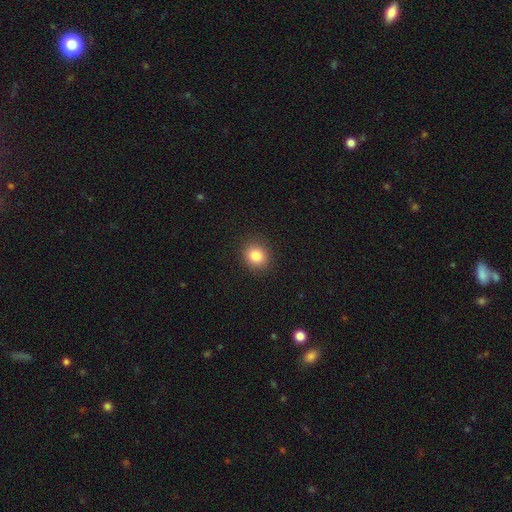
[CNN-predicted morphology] Overall: smooth (84%). How rounded: round (77%). Merging: none (90%).